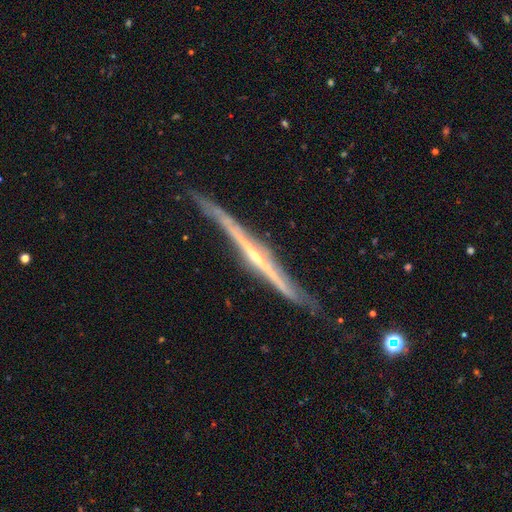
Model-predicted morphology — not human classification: A featured or disk galaxy (86%) viewed edge-on (96%) with a rounded central bulge (62%). Merging: none (75%).